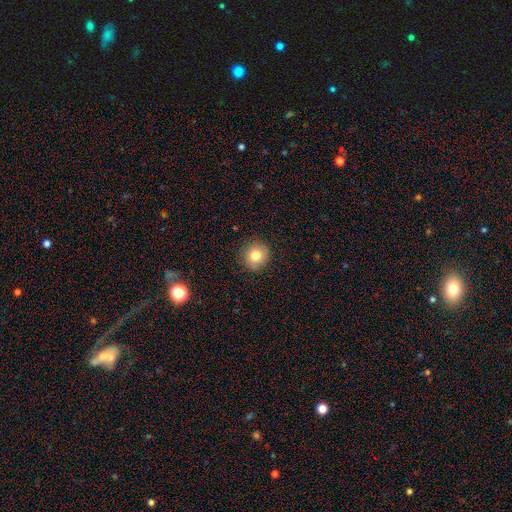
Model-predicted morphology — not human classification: This is clearly a smooth galaxy (80%). How rounded: clearly round (89%). Merging: clearly none (89%).